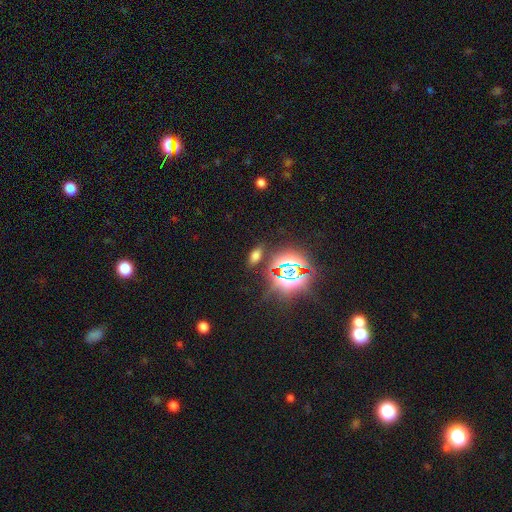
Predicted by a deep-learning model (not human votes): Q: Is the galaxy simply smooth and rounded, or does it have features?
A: smooth — 57%.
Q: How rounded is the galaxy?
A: in between — 84%.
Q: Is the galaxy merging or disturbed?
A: none — 84%.